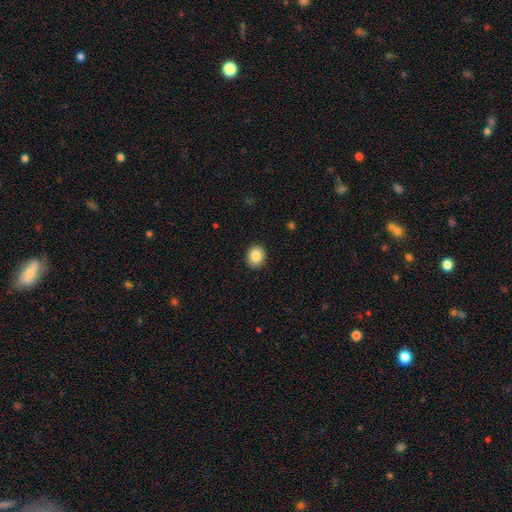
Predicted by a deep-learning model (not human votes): Smooth or featured: smooth — 86% (star or artifact — 9%)
How rounded: round — 67% (in between — 32%)
Merging: none — 90% (minor disturbance — 7%)